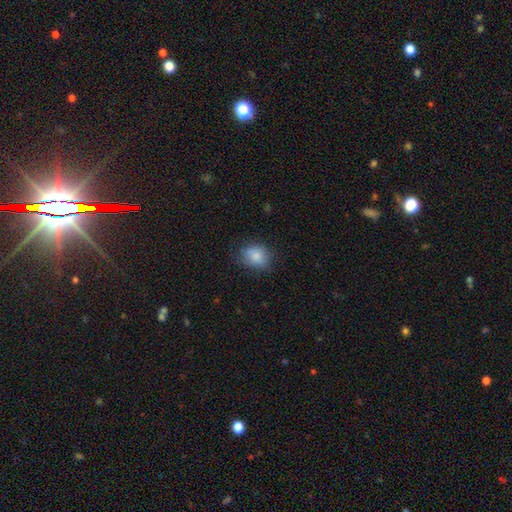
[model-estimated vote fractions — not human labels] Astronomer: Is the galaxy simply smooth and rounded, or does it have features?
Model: smooth — 82%.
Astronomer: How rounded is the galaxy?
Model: in between — 50% (runner-up: round, 49%).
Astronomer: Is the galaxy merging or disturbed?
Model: none — 67%.